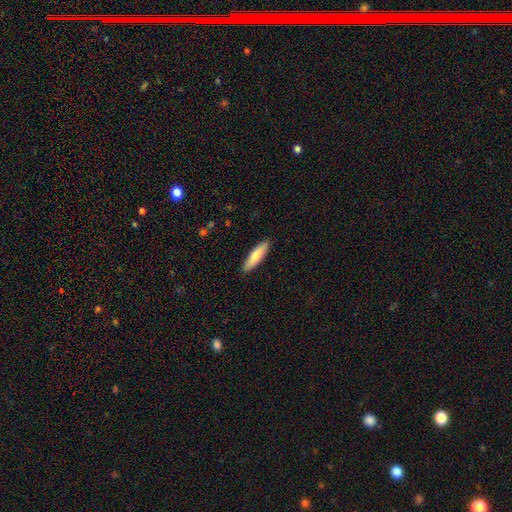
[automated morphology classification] smooth-or-featured: smooth: 76% | featured or disk: 19% | star or artifact: 5%
  how-rounded: cigar-shaped: 76% | in between: 23% | round: 1%
  merging: none: 90% | minor disturbance: 7% | major disturbance: 1% | merger: 1%